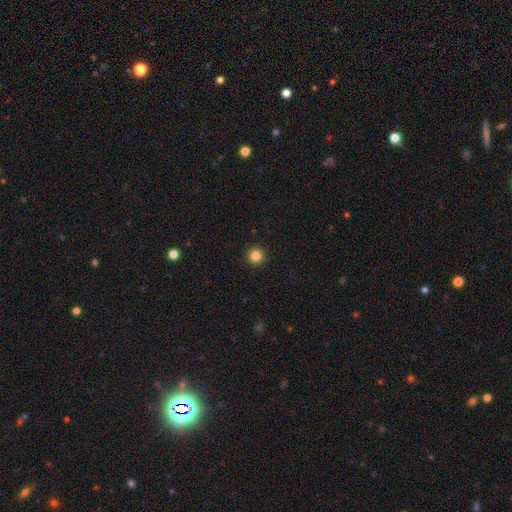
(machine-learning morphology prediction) Smooth or featured: smooth — 84% (star or artifact — 12%)
How rounded: round — 96% (in between — 3%)
Merging: none — 93% (minor disturbance — 4%)